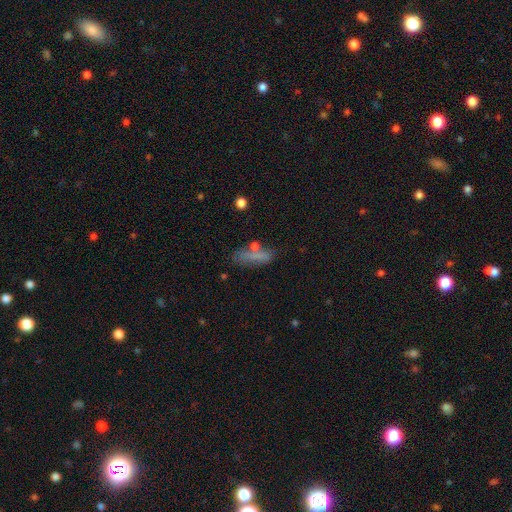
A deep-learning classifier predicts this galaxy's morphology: A smooth galaxy with no disk features (68%) that is cigar-shaped (62%). Merging: none (64%).